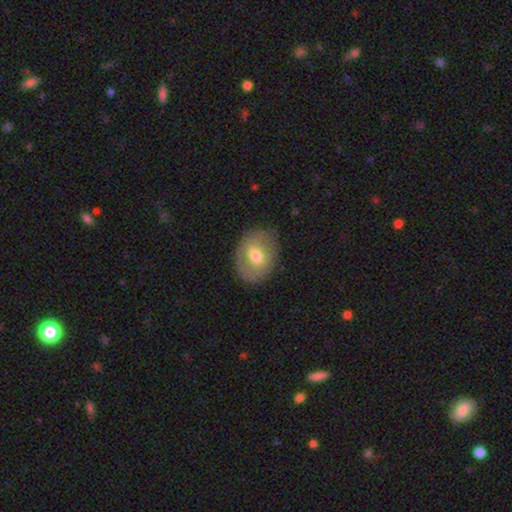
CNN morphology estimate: type=smooth (56%); roundness=in between (63%); merging=none (81%).